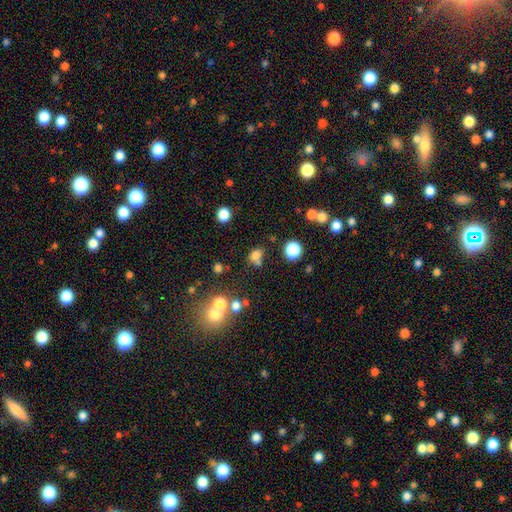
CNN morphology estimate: This is likely a smooth galaxy (74%). How rounded: possibly round (56%). Merging: possibly none (53%).